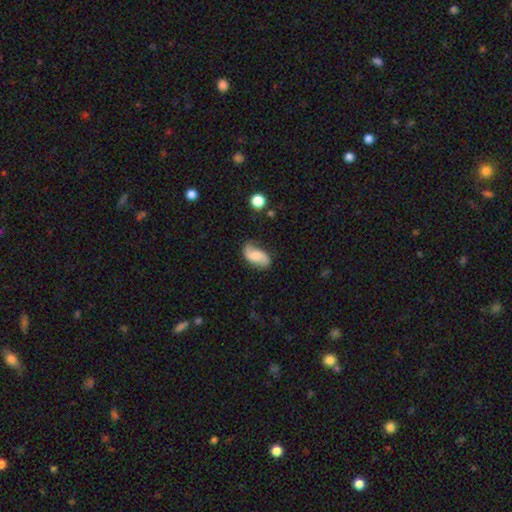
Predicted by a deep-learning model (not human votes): Smooth or featured?
  - featured or disk: 55% *
  - smooth: 37%
  - star or artifact: 8%
Edge-on disk?
  - no: 96% *
  - yes: 4%
Bar?
  - no: 51% *
  - weak: 38%
  - strong: 11%
Spiral arms?
  - yes: 91% *
  - no: 9%
Bulge size?
  - moderate: 36% *
  - small: 31%
  - none: 20%
  - large: 10%
  - dominant: 3%
Merging?
  - none: 70% *
  - minor disturbance: 21%
  - major disturbance: 6%
  - merger: 2%